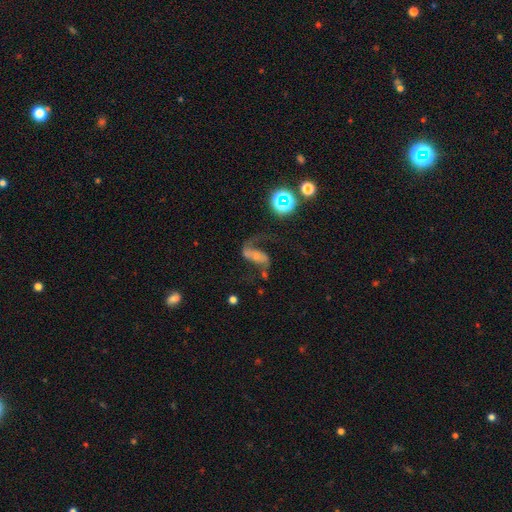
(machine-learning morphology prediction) Q: Smooth or featured?
A: featured or disk (69%); runner-up: smooth (17%)
Q: Edge-on disk?
A: no (95%); runner-up: yes (5%)
Q: Bar?
A: no (45%); runner-up: weak (32%)
Q: Spiral arms?
A: yes (88%); runner-up: no (12%)
Q: Spiral winding?
A: loose (73%); runner-up: medium (22%)
Q: Spiral arm count?
A: 2 (80%); runner-up: 1 (14%)
Q: Bulge size?
A: small (44%); runner-up: moderate (24%)
Q: Merging?
A: none (42%); runner-up: major disturbance (32%)